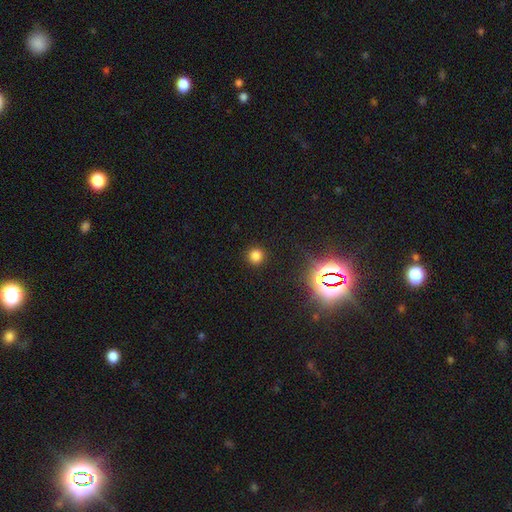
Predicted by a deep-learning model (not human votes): Smooth or featured? smooth (76%)
How rounded? round (93%)
Merging? none (91%)